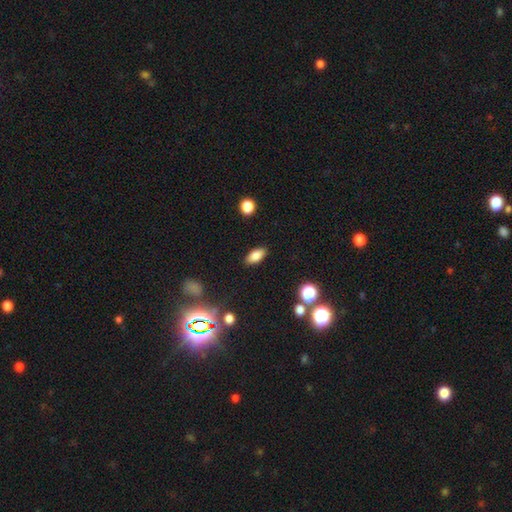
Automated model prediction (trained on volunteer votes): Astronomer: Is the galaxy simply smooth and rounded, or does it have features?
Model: smooth — 81%.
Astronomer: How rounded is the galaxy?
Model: in between — 87%.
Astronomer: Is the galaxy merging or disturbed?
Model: none — 87%.